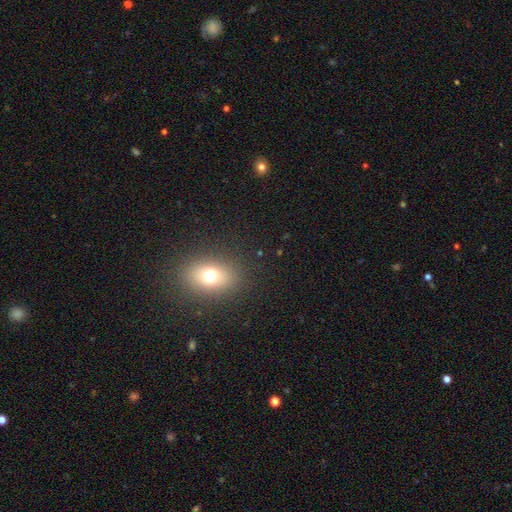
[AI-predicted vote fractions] smooth_or_featured: smooth (p=0.69) [alt: star or artifact p=0.16]
how_rounded: in between (p=0.68) [alt: round p=0.29]
merging: none (p=0.90) [alt: minor disturbance p=0.07]